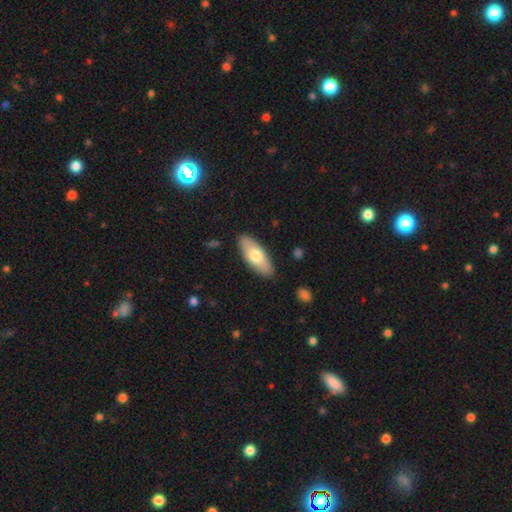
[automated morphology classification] Smooth or featured? Predicted: smooth (p=0.69). How rounded? Predicted: in between (p=0.77). Merging? Predicted: none (p=0.88).